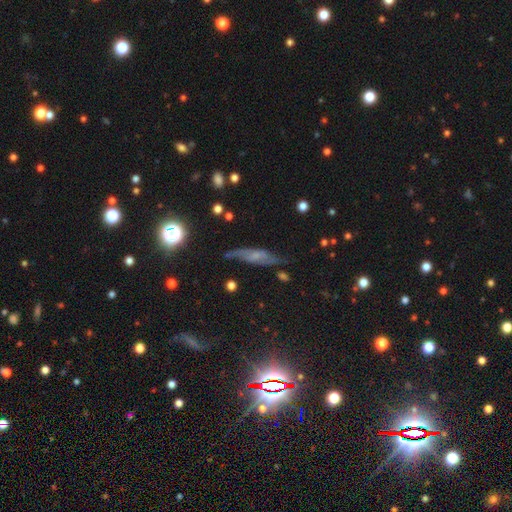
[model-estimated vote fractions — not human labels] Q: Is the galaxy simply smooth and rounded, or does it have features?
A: featured or disk — 48%.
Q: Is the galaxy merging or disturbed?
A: none — 64%.